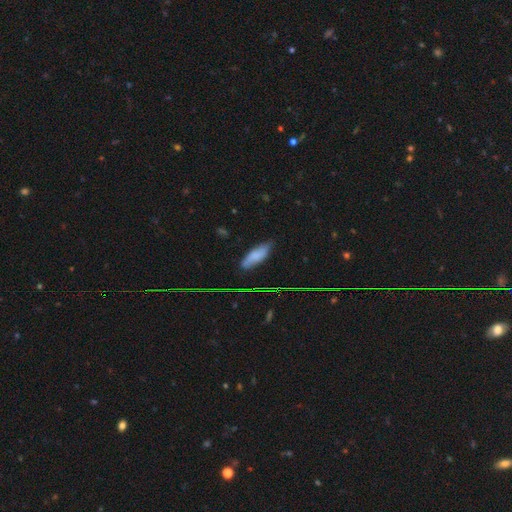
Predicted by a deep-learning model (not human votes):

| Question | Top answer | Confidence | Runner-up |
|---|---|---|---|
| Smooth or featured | smooth | 76% | featured or disk (16%) |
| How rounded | in between | 60% | cigar-shaped (38%) |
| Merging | none | 72% | minor disturbance (21%) |